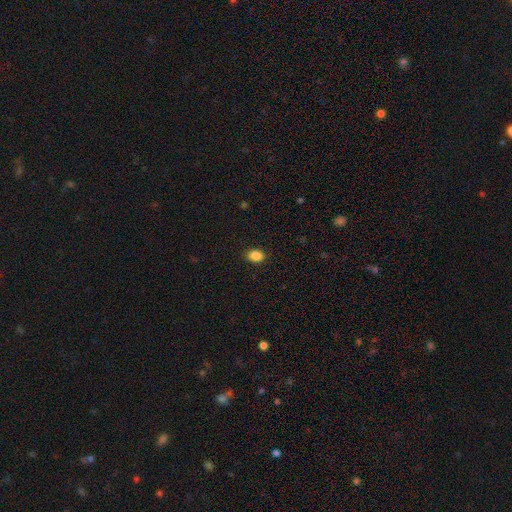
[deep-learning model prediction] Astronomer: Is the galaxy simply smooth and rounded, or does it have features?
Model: smooth — 87%.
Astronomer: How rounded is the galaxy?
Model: in between — 74%.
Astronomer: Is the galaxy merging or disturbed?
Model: none — 89%.